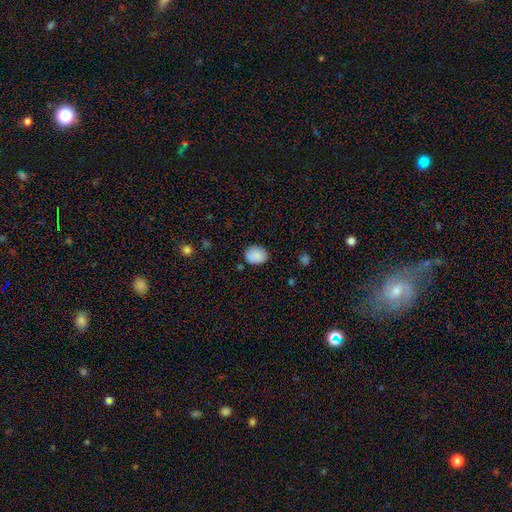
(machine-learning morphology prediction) Smooth or featured? Predicted: smooth (p=0.88). How rounded? Predicted: in between (p=0.54). Merging? Predicted: none (p=0.77).